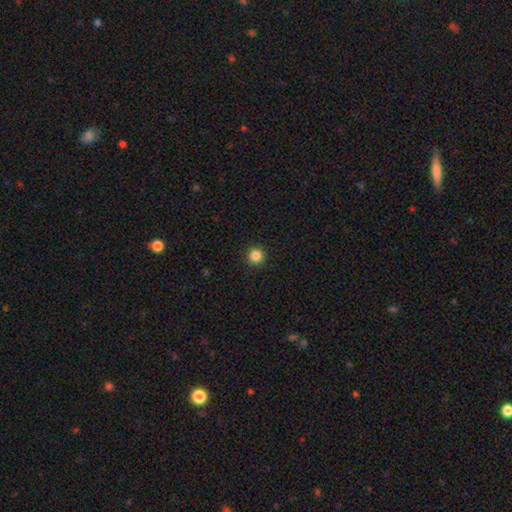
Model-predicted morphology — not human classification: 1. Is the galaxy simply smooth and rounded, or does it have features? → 85% smooth, 11% star or artifact, 3% featured or disk.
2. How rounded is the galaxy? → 96% round, 3% in between, 1% cigar-shaped.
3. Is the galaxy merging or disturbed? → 94% none, 4% minor disturbance, 1% major disturbance, 1% merger.